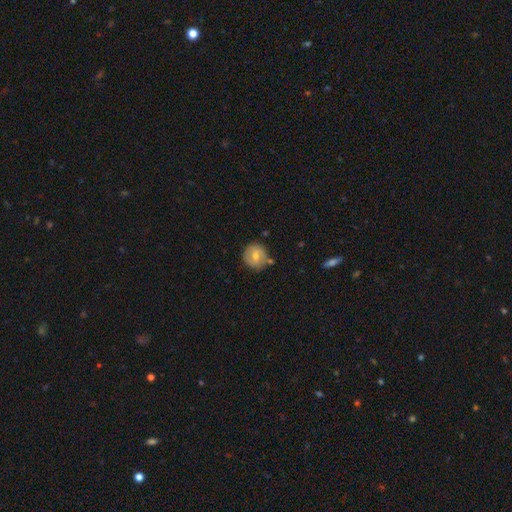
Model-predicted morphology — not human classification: Smooth or featured? smooth (61%)
How rounded? round (90%)
Merging? none (75%)